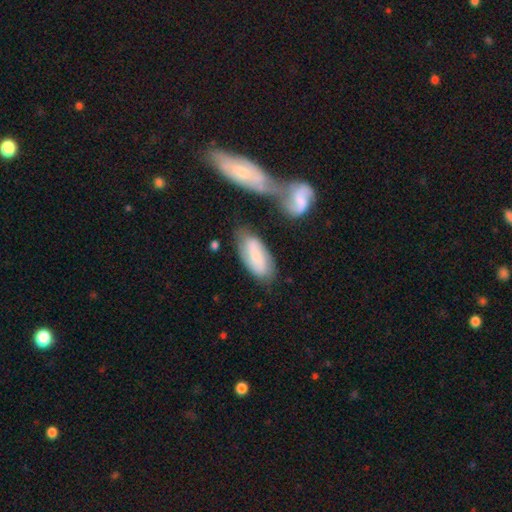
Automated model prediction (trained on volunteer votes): This is possibly a smooth galaxy (53%). How rounded: clearly in between (84%). Merging: likely none (60%).